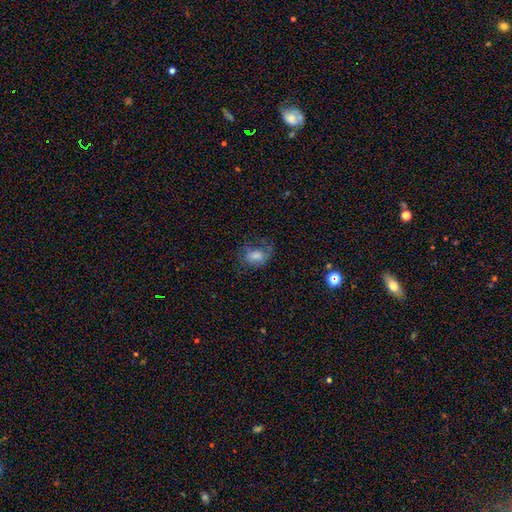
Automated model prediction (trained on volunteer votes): Overall: smooth (48%; featured or disk 36%). Merging: none (49%; major disturbance 26%).